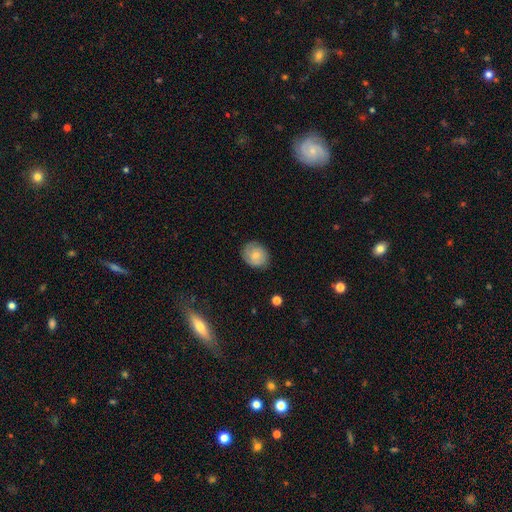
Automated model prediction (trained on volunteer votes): smooth-or-featured: smooth: 54% | featured or disk: 38% | star or artifact: 8%
  how-rounded: round: 69% | in between: 30% | cigar-shaped: 1%
  merging: none: 79% | minor disturbance: 17% | major disturbance: 4% | merger: 1%